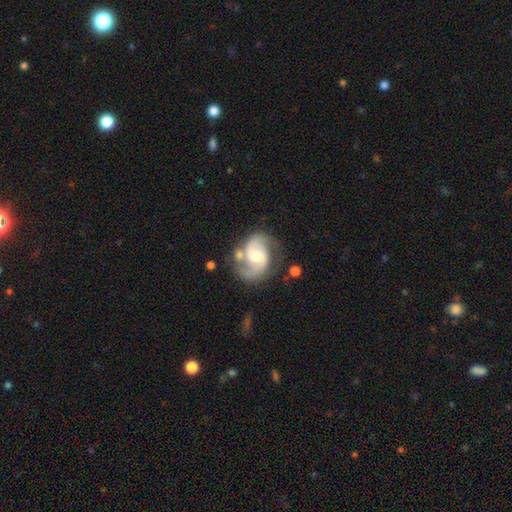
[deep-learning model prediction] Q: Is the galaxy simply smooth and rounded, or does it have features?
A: featured or disk — 88%.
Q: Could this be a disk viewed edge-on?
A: no — 98%.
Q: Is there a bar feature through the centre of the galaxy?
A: no — 49%.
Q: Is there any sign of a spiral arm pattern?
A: yes — 97%.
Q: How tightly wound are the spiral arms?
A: medium — 59%.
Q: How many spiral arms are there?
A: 2 — 92%.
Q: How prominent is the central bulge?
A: moderate — 50%.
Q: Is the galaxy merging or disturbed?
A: none — 67%.